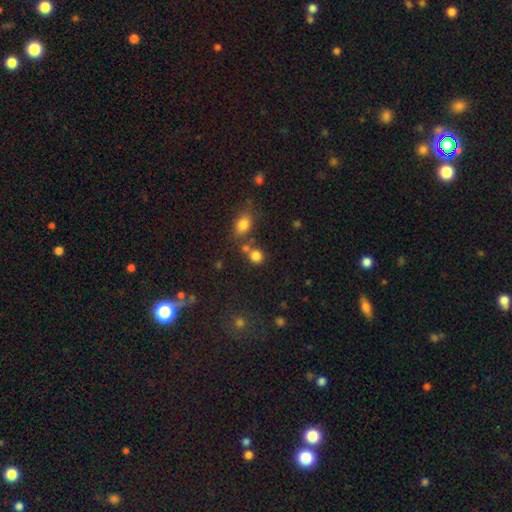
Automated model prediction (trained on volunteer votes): This is clearly a smooth galaxy (80%). How rounded: likely round (77%). Merging: likely none (62%).